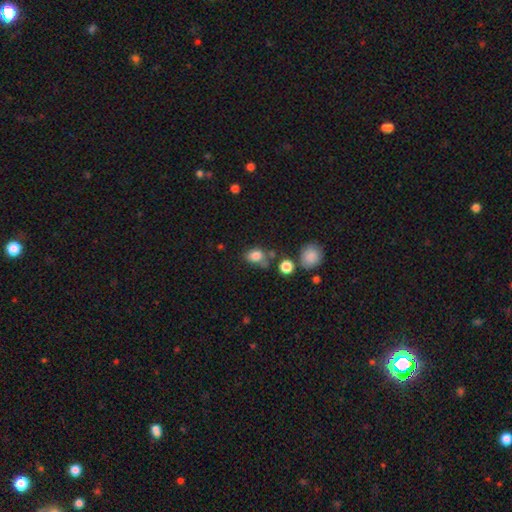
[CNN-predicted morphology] smooth_or_featured: smooth (p=0.82) [alt: star or artifact p=0.11]
how_rounded: in between (p=0.61) [alt: round p=0.38]
merging: none (p=0.51) [alt: minor disturbance p=0.25]